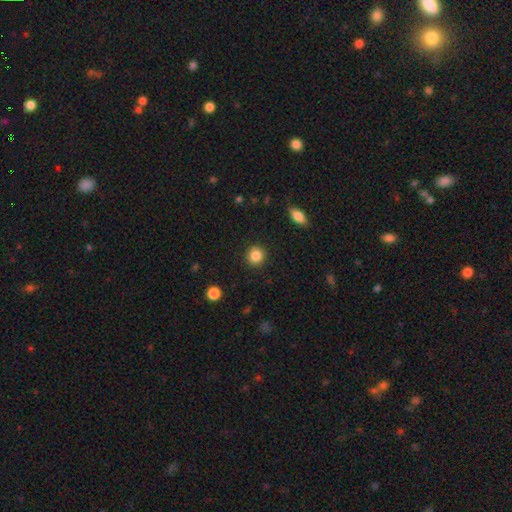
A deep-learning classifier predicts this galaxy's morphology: The model was most divided on "smooth or featured": smooth: 86%, star or artifact: 9%, featured or disk: 5%. More confident: merging — none (91%); how rounded — round (89%).